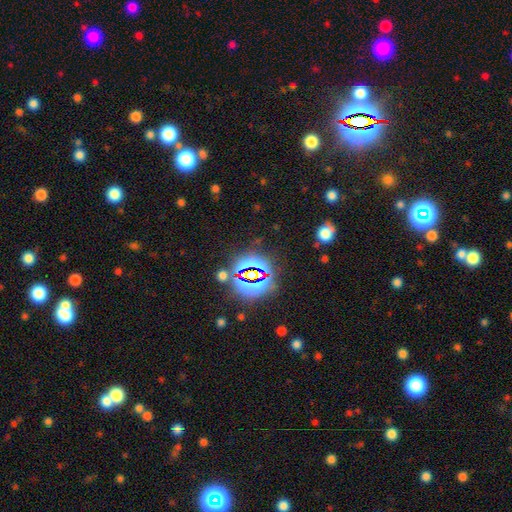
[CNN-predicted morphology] A star or artifact, not a galaxy (80%).